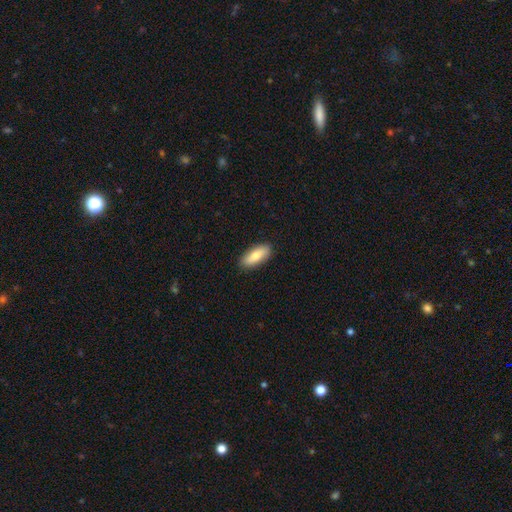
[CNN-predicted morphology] type=smooth (77%); roundness=in between (78%); merging=none (89%).